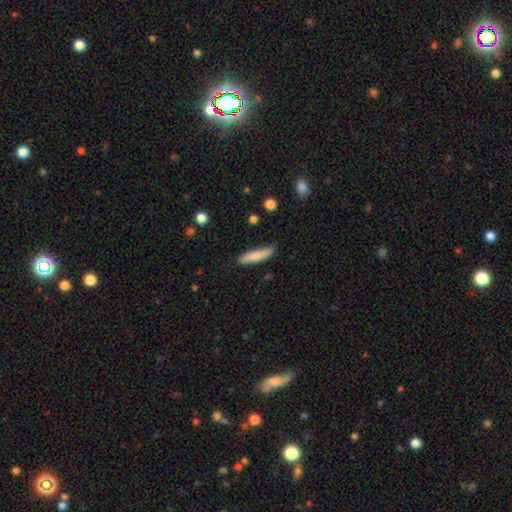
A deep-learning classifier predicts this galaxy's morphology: Overall: smooth (77%). How rounded: cigar-shaped (78%). Merging: none (77%).